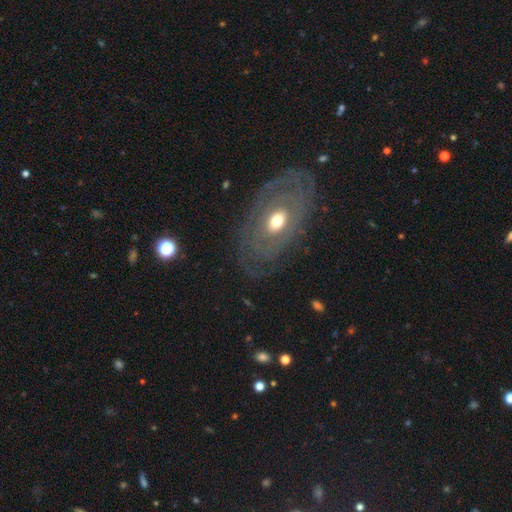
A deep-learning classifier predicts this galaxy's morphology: Smooth or featured: featured or disk — 74% (smooth — 18%)
Edge-on disk: no — 92% (yes — 8%)
Bar: no — 76% (weak — 18%)
Spiral arms: yes — 63% (no — 37%)
Bulge size: moderate — 68% (small — 25%)
Merging: none — 79% (minor disturbance — 13%)